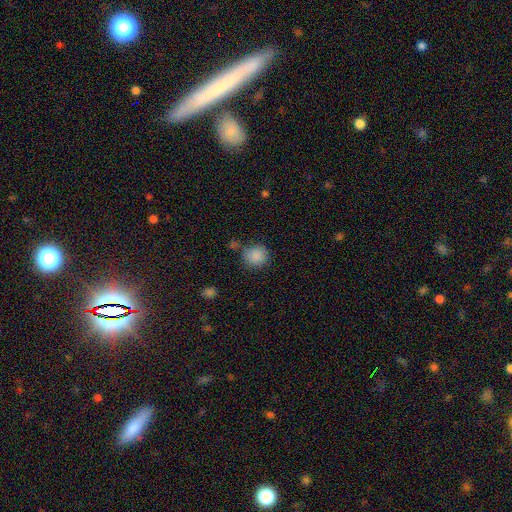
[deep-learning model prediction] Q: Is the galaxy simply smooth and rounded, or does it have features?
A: smooth — 87%.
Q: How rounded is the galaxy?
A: round — 86%.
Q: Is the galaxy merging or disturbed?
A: none — 74%.